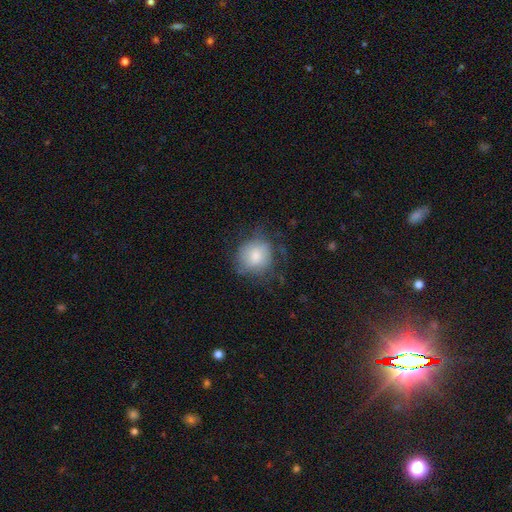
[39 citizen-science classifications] Smooth or featured?
  - smooth: 72% *
  - featured or disk: 23%
  - star or artifact: 5%
How rounded?
  - round: 89% *
  - in between: 7%
  - cigar-shaped: 4%
Merging?
  - none: 54% *
  - minor disturbance: 30%
  - major disturbance: 16%
  - merger: 0%